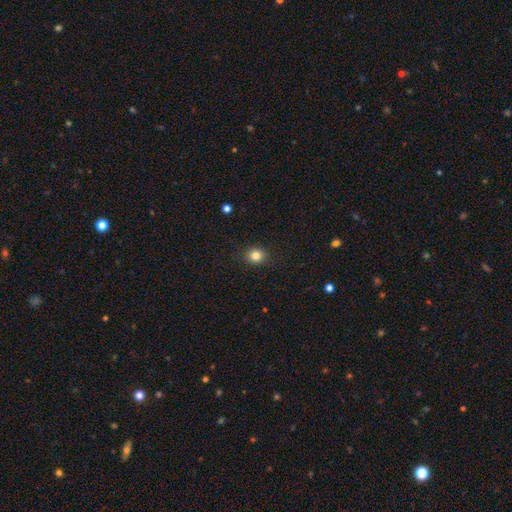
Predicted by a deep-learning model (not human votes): This is clearly a smooth galaxy (83%). How rounded: likely round (73%). Merging: clearly none (90%).